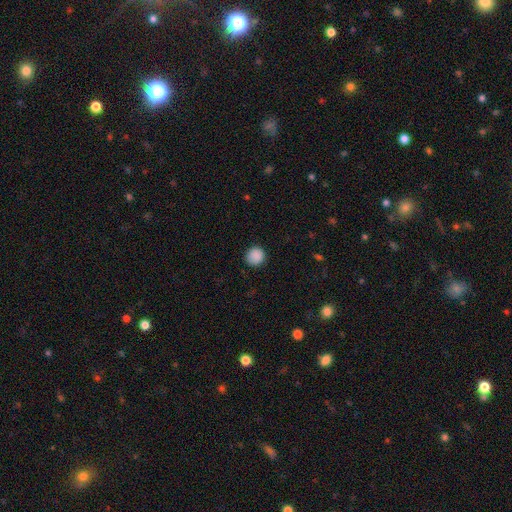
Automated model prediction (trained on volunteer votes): smooth-or-featured: smooth: 89% | star or artifact: 8% | featured or disk: 3%
  how-rounded: round: 91% | in between: 8% | cigar-shaped: 1%
  merging: none: 88% | minor disturbance: 8% | major disturbance: 2% | merger: 1%